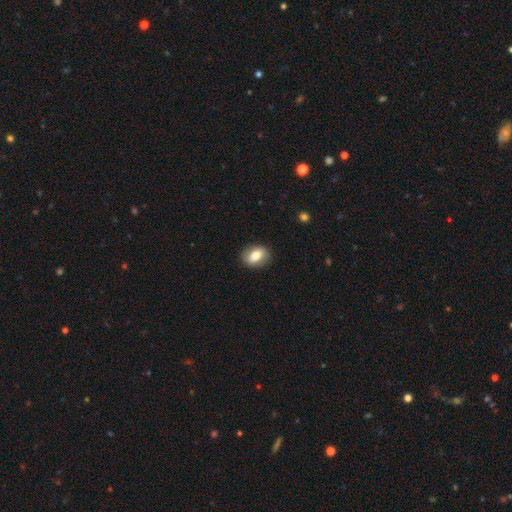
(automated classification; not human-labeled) smooth_or_featured: smooth (p=0.73) [alt: featured or disk p=0.19]
how_rounded: in between (p=0.73) [alt: round p=0.25]
merging: none (p=0.85) [alt: minor disturbance p=0.11]